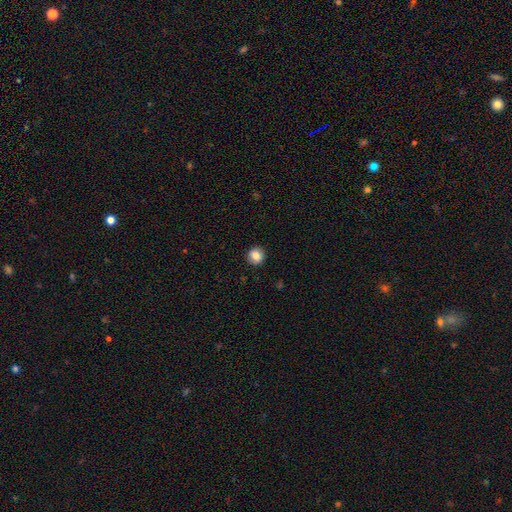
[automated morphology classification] Overall: smooth (85%). How rounded: round (89%). Merging: none (92%).